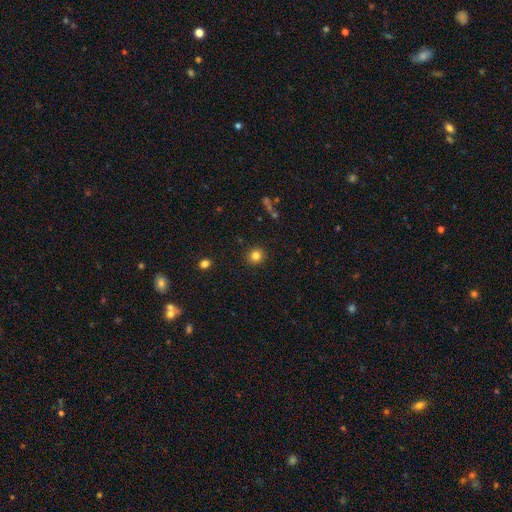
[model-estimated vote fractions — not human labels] A smooth galaxy with no disk features (82%) that is round (89%).

Vote fractions:
- Smooth or featured? smooth: 82% / star or artifact: 12% / featured or disk: 6%
- How rounded? round: 89% / in between: 10% / cigar-shaped: 1%
- Merging? none: 91% / minor disturbance: 6% / major disturbance: 2% / merger: 1%